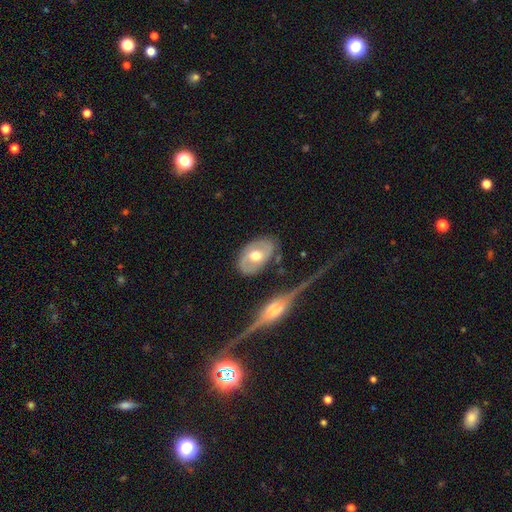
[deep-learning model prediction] A featured or disk galaxy (52%). Merging: none (75%).